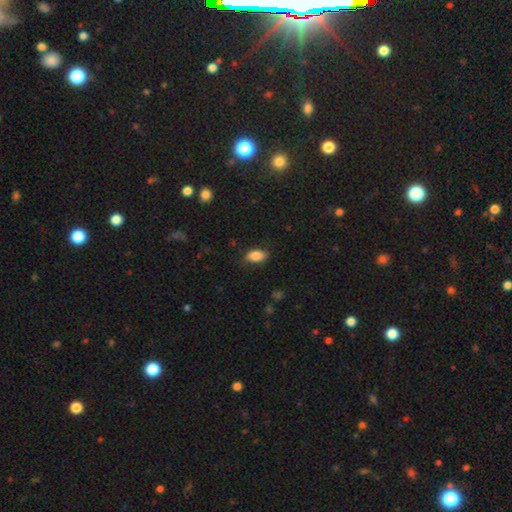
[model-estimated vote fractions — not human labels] smooth 85%, featured or disk 8%, star or artifact 8%. Down the decision tree: how rounded — in between (91%); merging — none (79%).